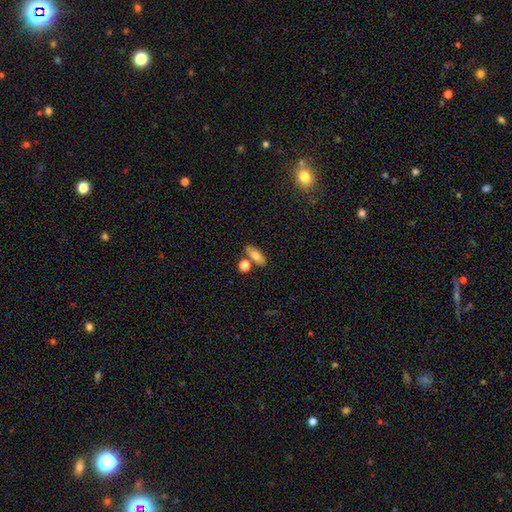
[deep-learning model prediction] This appears to be a smooth galaxy with no disk features (69%) that is in between round and cigar-shaped (79%). Merging: none (72%).